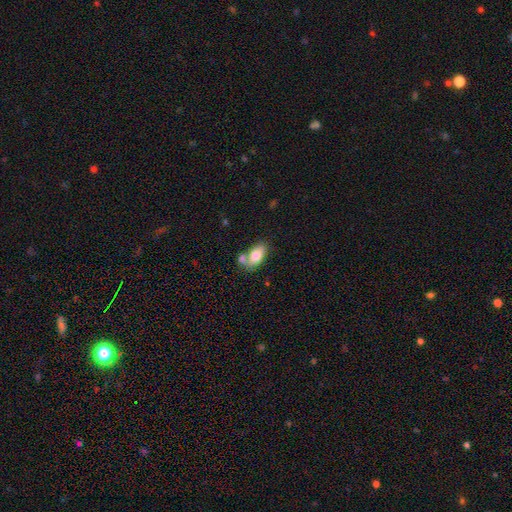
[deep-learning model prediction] A smooth galaxy with no disk features (79%) that is in between round and cigar-shaped (91%).

Vote fractions:
- Smooth or featured? smooth: 79% / featured or disk: 14% / star or artifact: 7%
- How rounded? in between: 91% / round: 5% / cigar-shaped: 4%
- Merging? none: 47% / merger: 32% / minor disturbance: 15% / major disturbance: 5%